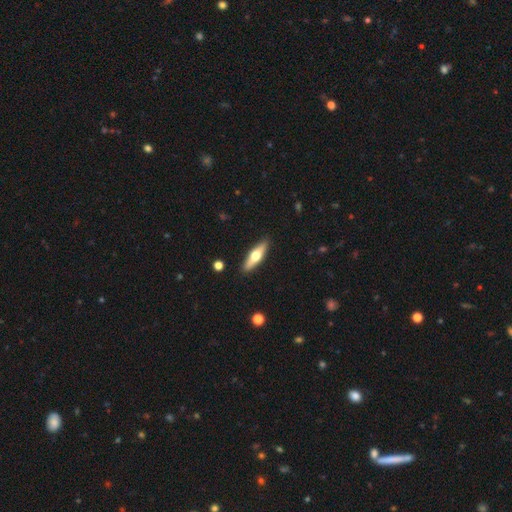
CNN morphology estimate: Smooth or featured? smooth (50%)
Merging? none (89%)